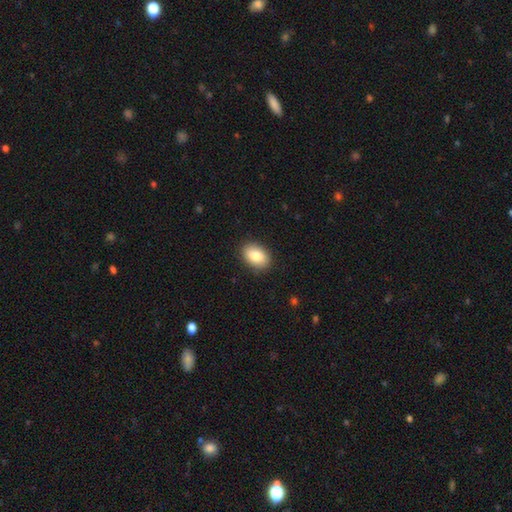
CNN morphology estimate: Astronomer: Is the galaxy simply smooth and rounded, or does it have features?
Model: smooth — 86%.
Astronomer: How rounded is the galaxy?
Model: in between — 87%.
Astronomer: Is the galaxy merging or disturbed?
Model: none — 88%.